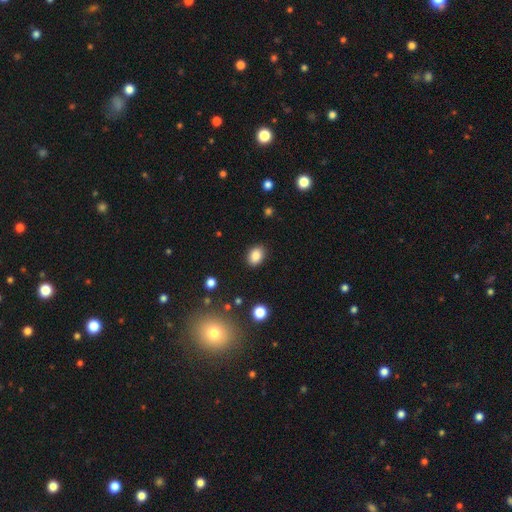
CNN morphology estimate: A smooth galaxy with no disk features (87%) that is in between round and cigar-shaped (71%).

Vote fractions:
- Smooth or featured? smooth: 87% / star or artifact: 9% / featured or disk: 4%
- How rounded? in between: 71% / round: 28% / cigar-shaped: 1%
- Merging? none: 87% / minor disturbance: 9% / major disturbance: 2% / merger: 1%